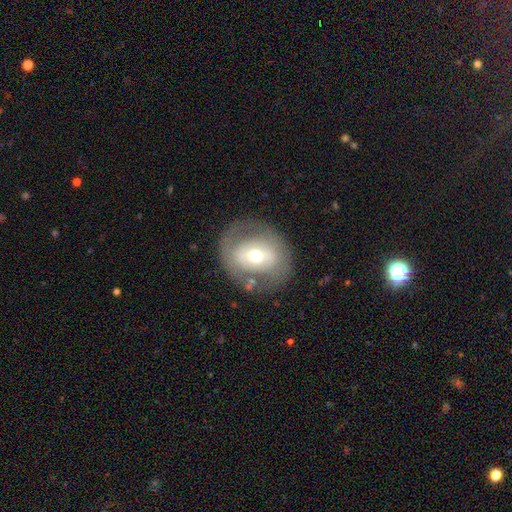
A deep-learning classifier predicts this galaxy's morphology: Q: Smooth or featured?
A: featured or disk (54%); runner-up: smooth (38%)
Q: Edge-on disk?
A: no (94%); runner-up: yes (6%)
Q: Bar?
A: no (46%); runner-up: weak (31%)
Q: Spiral arms?
A: no (68%); runner-up: yes (32%)
Q: Bulge size?
A: moderate (56%); runner-up: small (34%)
Q: Merging?
A: none (74%); runner-up: minor disturbance (14%)